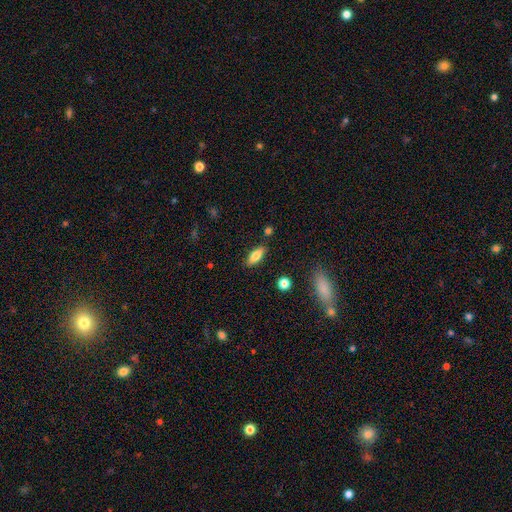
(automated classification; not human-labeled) smooth-or-featured: smooth: 80% | featured or disk: 12% | star or artifact: 7%
  how-rounded: in between: 70% | cigar-shaped: 27% | round: 3%
  merging: none: 84% | minor disturbance: 11% | merger: 3% | major disturbance: 3%